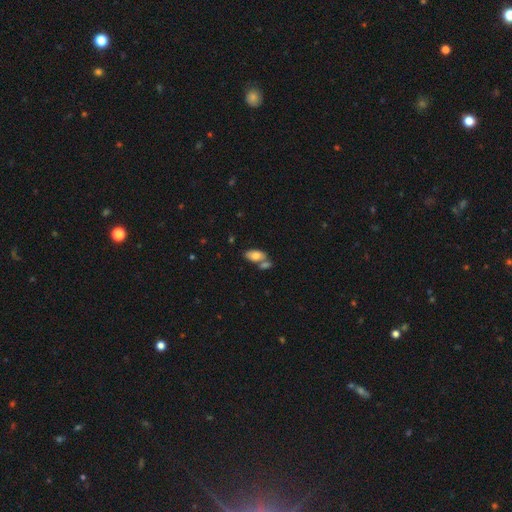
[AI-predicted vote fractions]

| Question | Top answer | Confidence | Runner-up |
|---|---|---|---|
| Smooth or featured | smooth | 76% | featured or disk (16%) |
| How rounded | in between | 93% | round (4%) |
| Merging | none | 50% | merger (34%) |